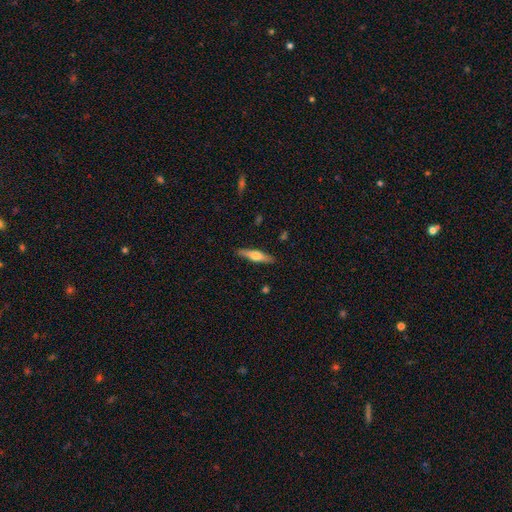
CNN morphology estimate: Smooth or featured? featured or disk (53%)
Edge-on disk? yes (95%)
Merging? none (89%)